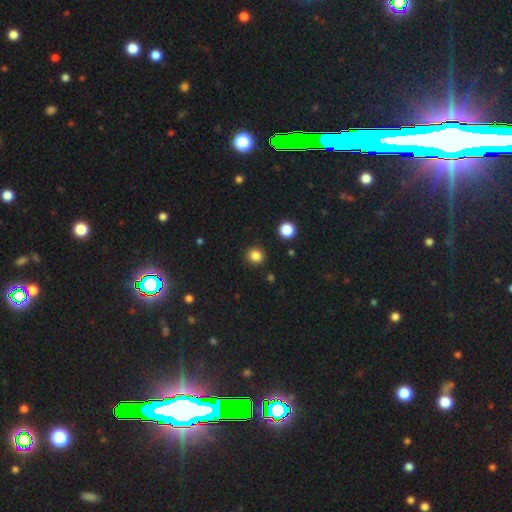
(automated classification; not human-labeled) The model was most divided on "smooth or featured": smooth: 84%, star or artifact: 13%, featured or disk: 4%. More confident: merging — none (90%); how rounded — round (86%).